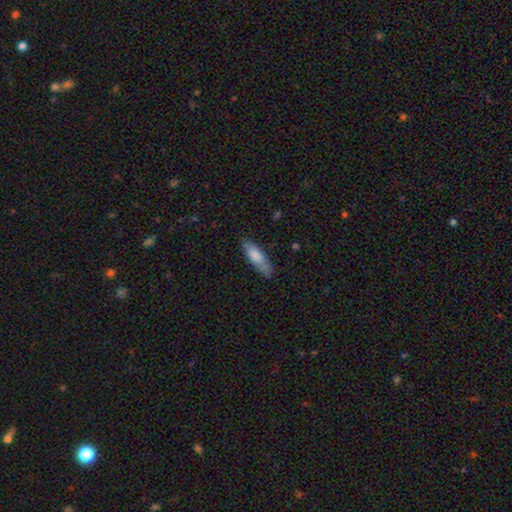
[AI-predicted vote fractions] smooth_or_featured: smooth (p=0.79) [alt: featured or disk p=0.15]
how_rounded: cigar-shaped (p=0.51) [alt: in between p=0.48]
merging: none (p=0.77) [alt: minor disturbance p=0.18]